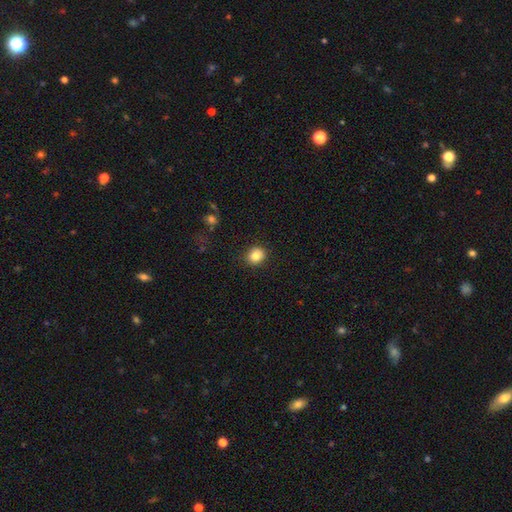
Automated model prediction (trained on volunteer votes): A smooth galaxy with no disk features (84%) that is round (78%). Merging: none (89%).